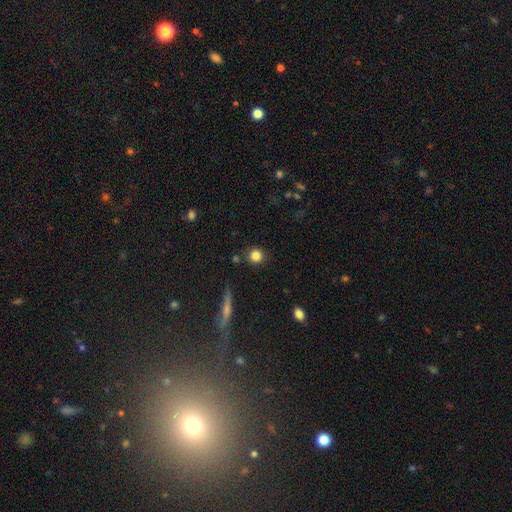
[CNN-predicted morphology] Smooth or featured? smooth (83%)
How rounded? round (91%)
Merging? none (87%)